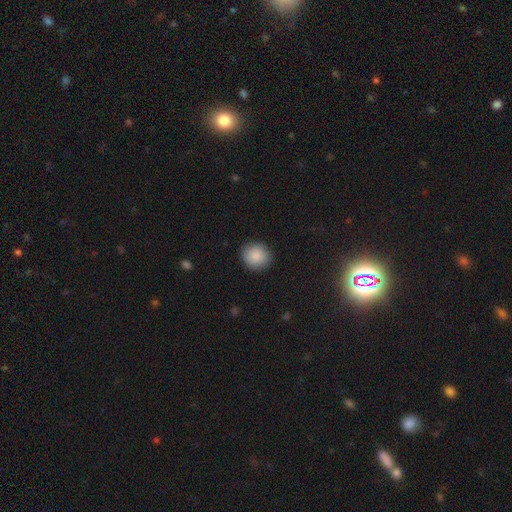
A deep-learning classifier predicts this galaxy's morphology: Smooth or featured: smooth — 89% (star or artifact — 8%)
How rounded: round — 89% (in between — 10%)
Merging: none — 91% (minor disturbance — 7%)